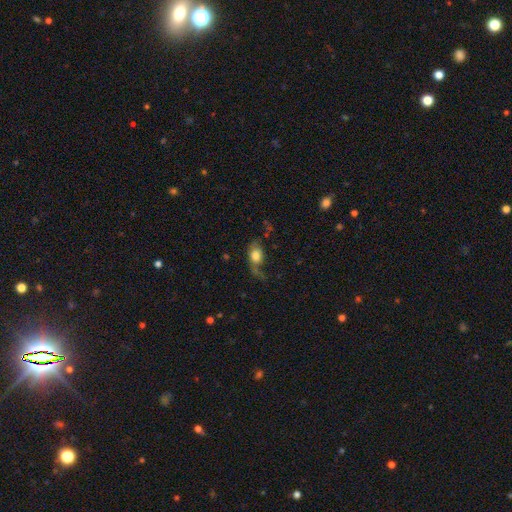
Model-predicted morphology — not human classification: Smooth or featured: smooth — 65% (featured or disk — 26%)
How rounded: in between — 66% (round — 31%)
Merging: major disturbance — 38% (none — 32%)